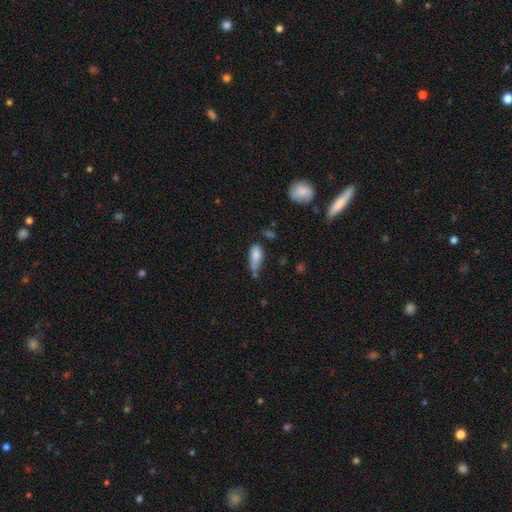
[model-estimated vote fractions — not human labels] The model was most divided on "merging": none: 40%, minor disturbance: 37%, merger: 12%, major disturbance: 11%. More confident: smooth or featured — smooth (82%); how rounded — in between (76%).